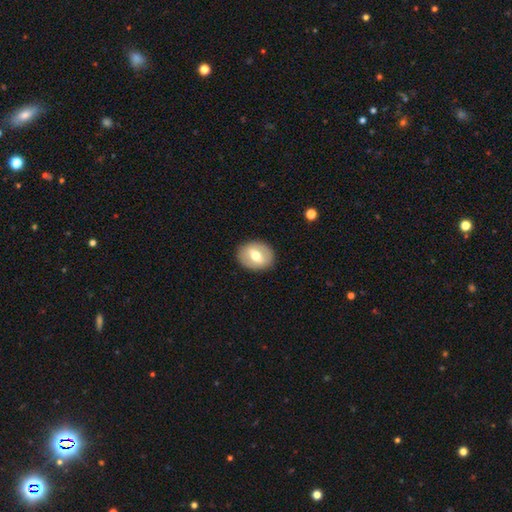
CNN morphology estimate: Smooth or featured? smooth (53%)
How rounded? round (51%)
Merging? none (88%)